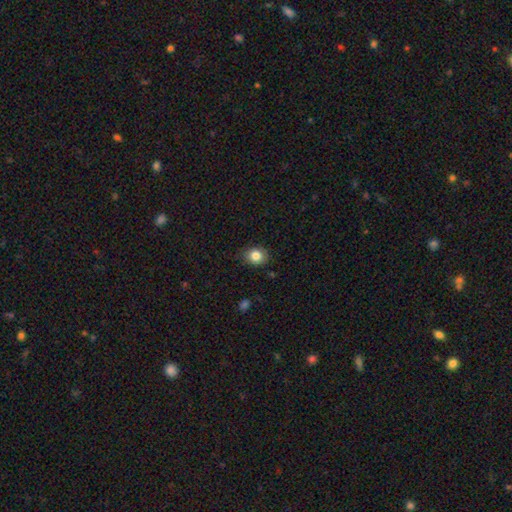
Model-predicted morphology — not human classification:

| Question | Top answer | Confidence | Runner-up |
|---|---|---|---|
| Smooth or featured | smooth | 83% | star or artifact (10%) |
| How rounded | round | 60% | in between (39%) |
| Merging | none | 86% | minor disturbance (11%) |